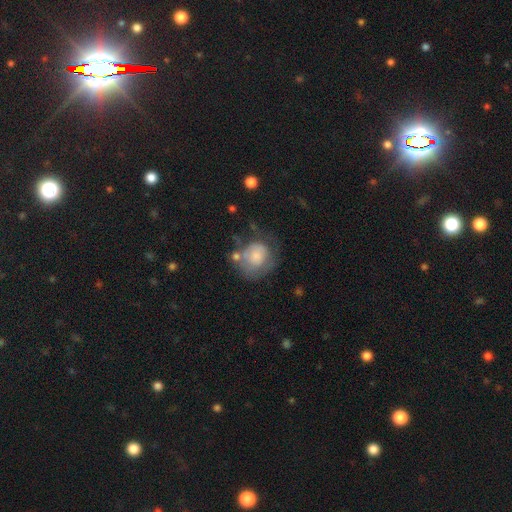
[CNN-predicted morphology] type=smooth (63%); roundness=round (75%); merging=none (38%).